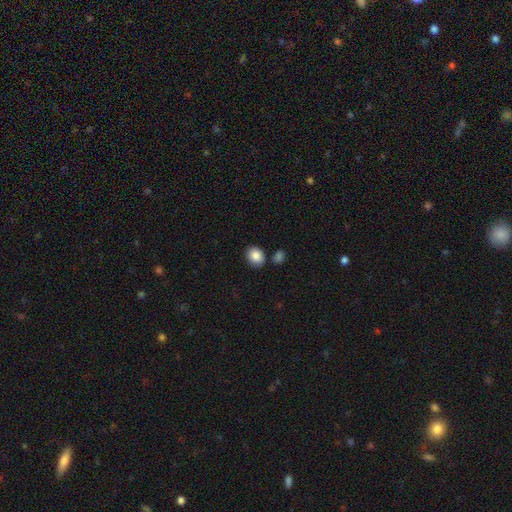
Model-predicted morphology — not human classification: smooth 87%, star or artifact 8%, featured or disk 5%. Down the decision tree: how rounded — round (50%); merging — none (80%).